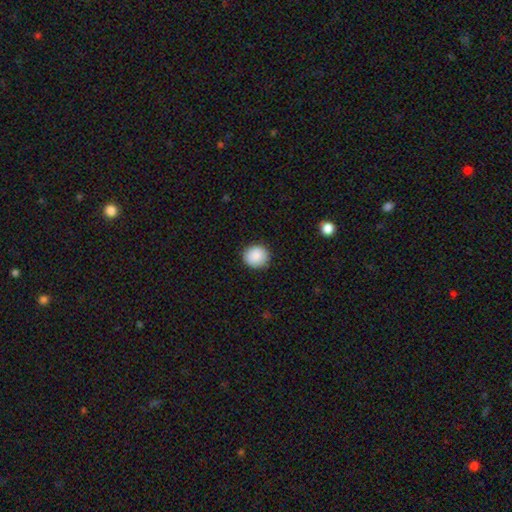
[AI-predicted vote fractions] smooth 89%, star or artifact 8%, featured or disk 3%. Down the decision tree: how rounded — round (87%); merging — none (88%).